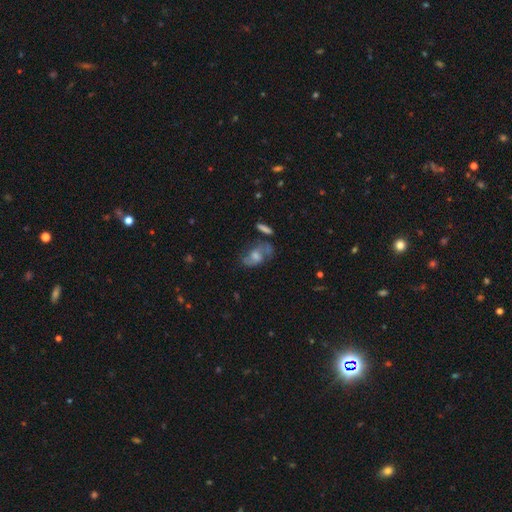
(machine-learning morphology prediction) This is likely a featured or disk galaxy (62%). It is clearly not viewed edge-on (94%). Bar: possibly no (58%). Spiral arm pattern: clearly yes (80%). Central bulge: possibly moderate (54%). Merging: likely none (63%).